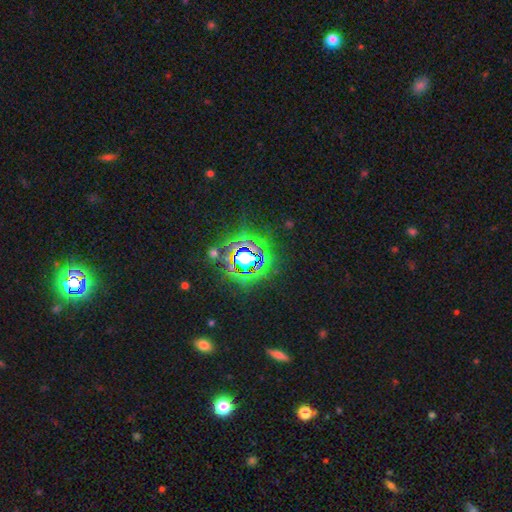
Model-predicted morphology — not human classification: This appears to be a star or artifact, not a galaxy (83%).